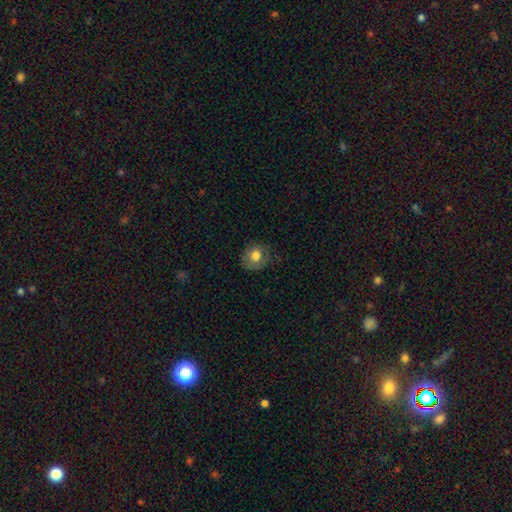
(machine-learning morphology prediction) This is likely a smooth galaxy (72%). How rounded: likely round (75%). Merging: likely none (72%).